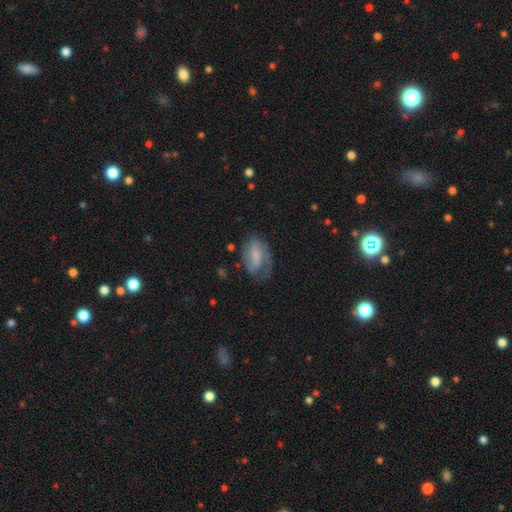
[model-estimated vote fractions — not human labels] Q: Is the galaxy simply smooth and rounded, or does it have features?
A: featured or disk — 51%.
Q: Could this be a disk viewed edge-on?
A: no — 95%.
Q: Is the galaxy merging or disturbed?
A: none — 48%.